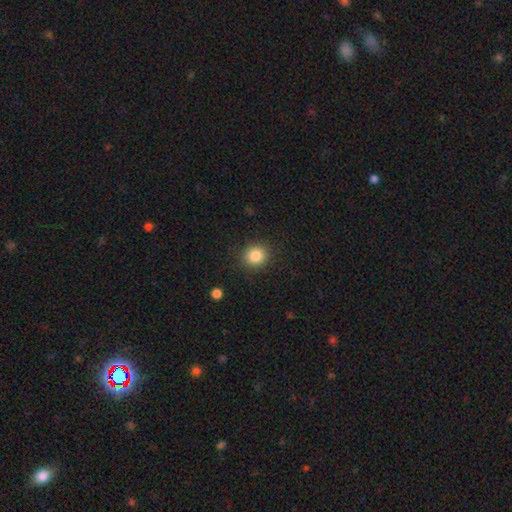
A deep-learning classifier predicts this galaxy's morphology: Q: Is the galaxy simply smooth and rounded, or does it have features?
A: smooth — 84%.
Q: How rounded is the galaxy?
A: round — 80%.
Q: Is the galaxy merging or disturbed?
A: none — 89%.